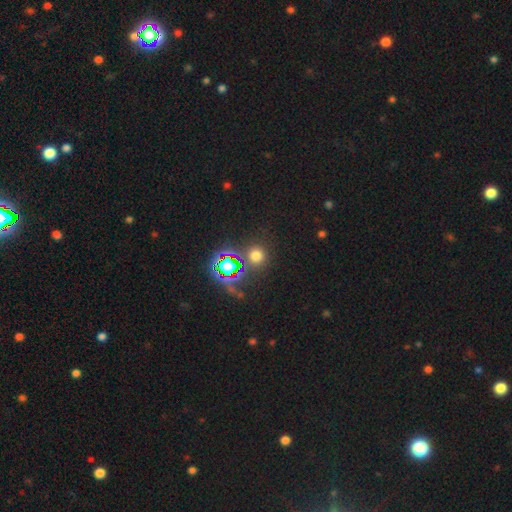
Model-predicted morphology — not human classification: smooth-or-featured: smooth: 57% | star or artifact: 36% | featured or disk: 7%
  how-rounded: round: 91% | in between: 8% | cigar-shaped: 1%
  merging: none: 81% | minor disturbance: 8% | merger: 7% | major disturbance: 4%